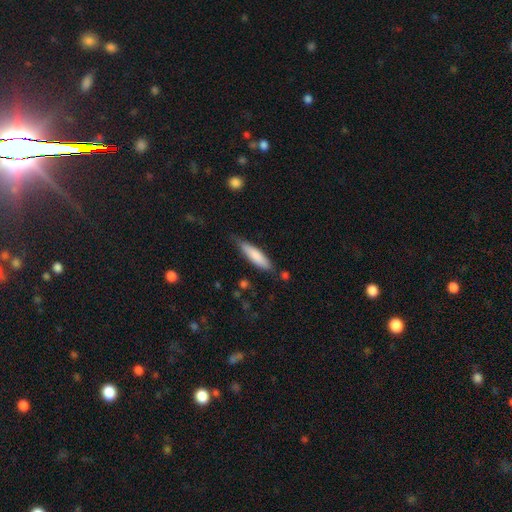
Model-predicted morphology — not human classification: smooth 81%, featured or disk 14%, star or artifact 5%. Down the decision tree: how rounded — cigar-shaped (68%); merging — none (67%).